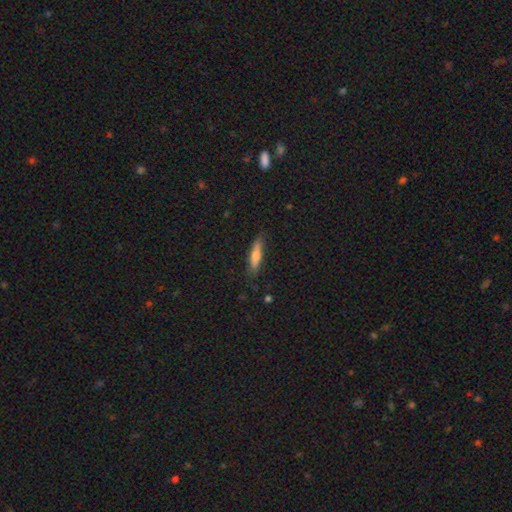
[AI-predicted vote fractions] smooth_or_featured: smooth (p=0.60) [alt: featured or disk p=0.33]
how_rounded: cigar-shaped (p=0.79) [alt: in between p=0.19]
merging: none (p=0.84) [alt: minor disturbance p=0.12]